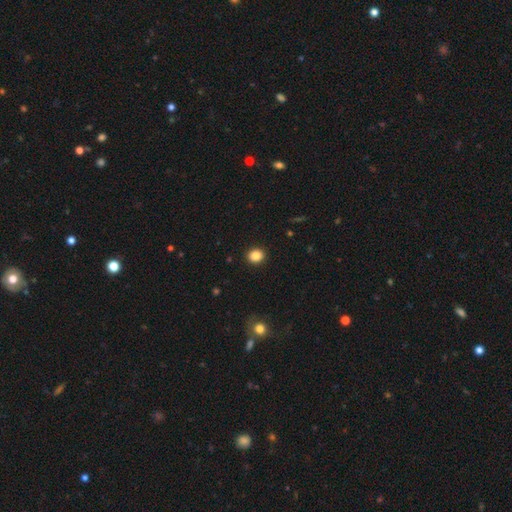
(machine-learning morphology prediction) This is clearly a smooth galaxy (86%). How rounded: likely round (73%). Merging: clearly none (92%).